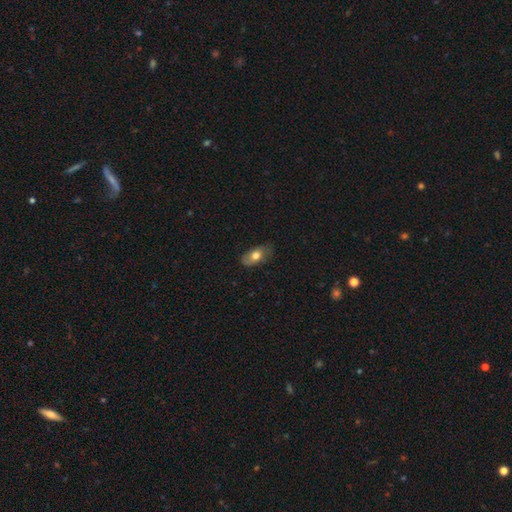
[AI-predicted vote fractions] A smooth galaxy with no disk features (66%) that is in between round and cigar-shaped (89%).

Vote fractions:
- Smooth or featured? smooth: 66% / featured or disk: 27% / star or artifact: 7%
- How rounded? in between: 89% / round: 7% / cigar-shaped: 4%
- Merging? none: 74% / minor disturbance: 20% / major disturbance: 4% / merger: 1%